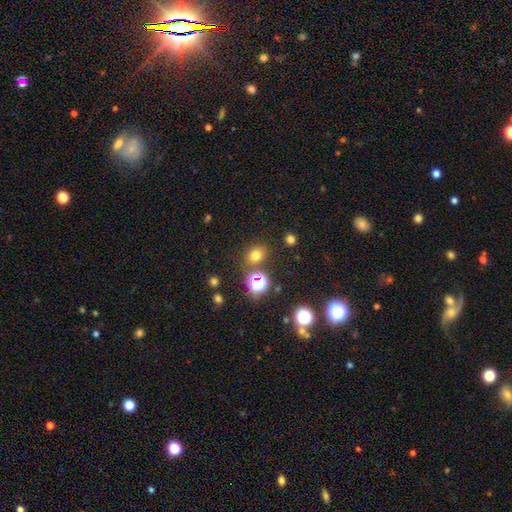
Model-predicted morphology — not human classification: A smooth galaxy with no disk features (70%) that is round (67%).

Vote fractions:
- Smooth or featured? smooth: 70% / star or artifact: 24% / featured or disk: 7%
- How rounded? round: 67% / in between: 32% / cigar-shaped: 1%
- Merging? none: 80% / minor disturbance: 9% / merger: 7% / major disturbance: 4%